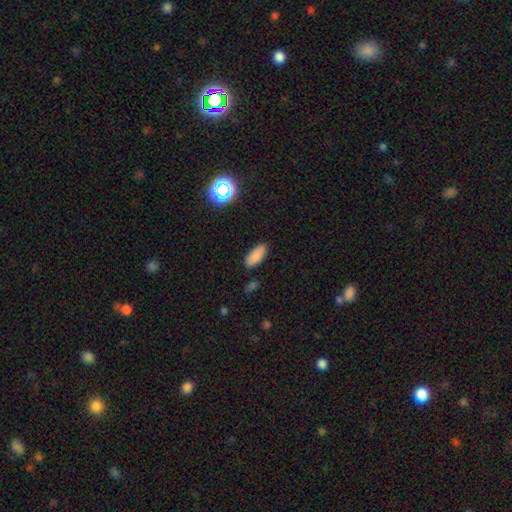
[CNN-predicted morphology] The model was most divided on "how rounded": in between: 85%, cigar-shaped: 13%, round: 2%. More confident: merging — none (87%); smooth or featured — smooth (85%).